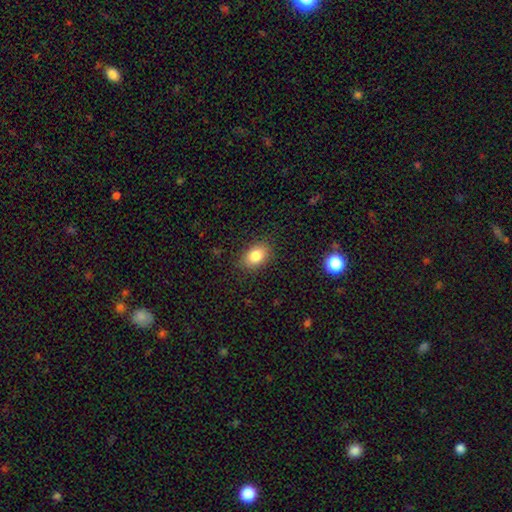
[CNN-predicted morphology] type=smooth (84%); roundness=in between (84%); merging=none (85%).